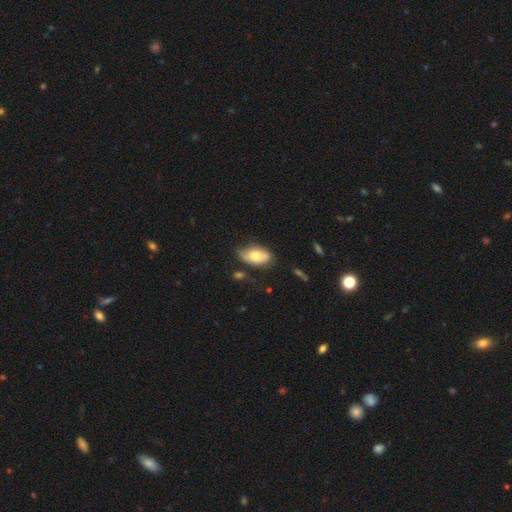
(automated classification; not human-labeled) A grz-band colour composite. It shows a smooth galaxy with no disk features (66%) that is in between round and cigar-shaped (93%). Merging: none (59%).